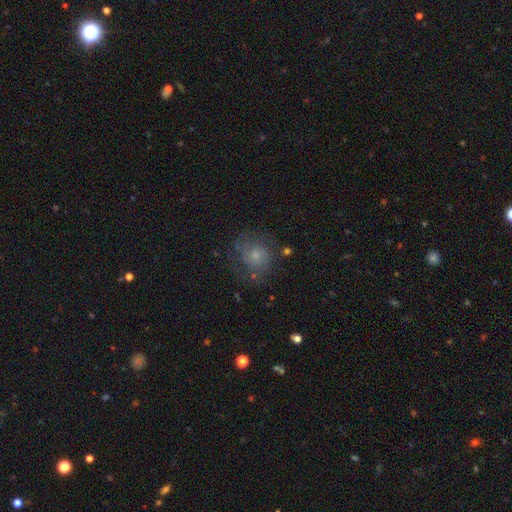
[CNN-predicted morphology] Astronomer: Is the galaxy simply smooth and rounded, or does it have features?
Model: featured or disk — 46% (runner-up: smooth, 41%).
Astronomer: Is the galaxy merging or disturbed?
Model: none — 64%.